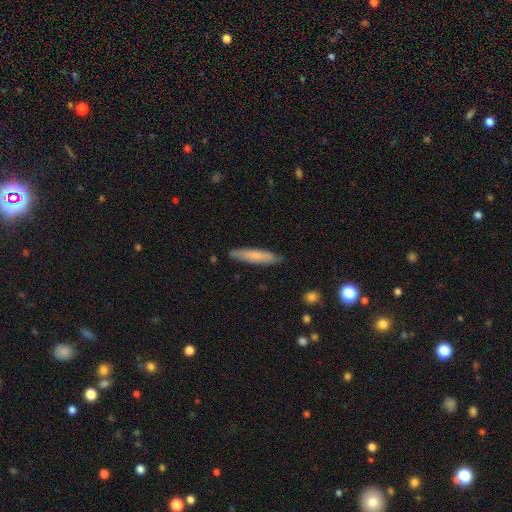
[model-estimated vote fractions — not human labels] This appears to be a smooth galaxy with no disk features (71%) that is cigar-shaped (87%). Merging: none (86%).